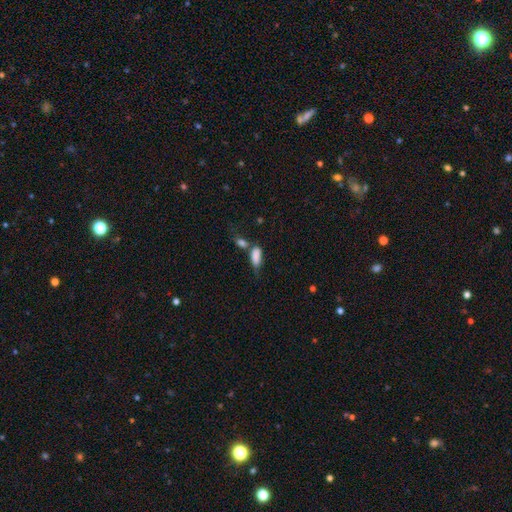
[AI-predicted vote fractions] smooth-or-featured: smooth: 84% | star or artifact: 8% | featured or disk: 8%
  how-rounded: in between: 79% | cigar-shaped: 17% | round: 4%
  merging: none: 34% | merger: 33% | minor disturbance: 21% | major disturbance: 12%